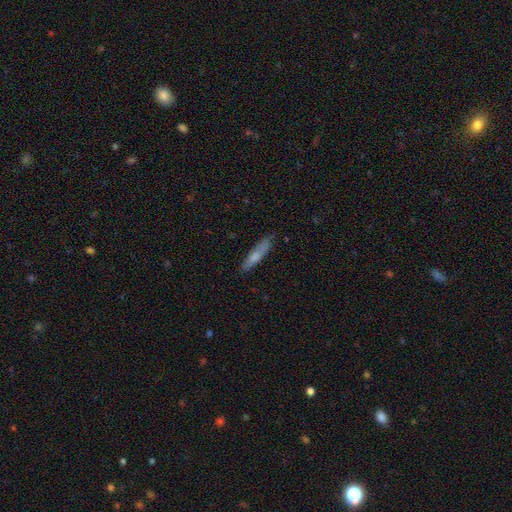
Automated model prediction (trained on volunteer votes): Smooth or featured?
  - smooth: 67% *
  - featured or disk: 27%
  - star or artifact: 6%
How rounded?
  - cigar-shaped: 83% *
  - in between: 15%
  - round: 2%
Merging?
  - none: 76% *
  - minor disturbance: 19%
  - major disturbance: 3%
  - merger: 2%